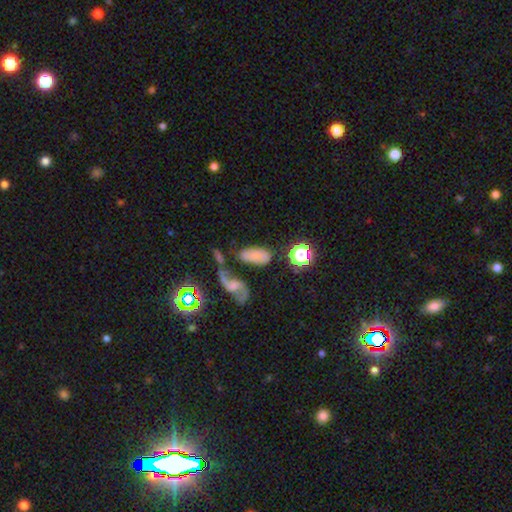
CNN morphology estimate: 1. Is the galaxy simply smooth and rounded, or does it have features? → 62% smooth, 21% featured or disk, 17% star or artifact.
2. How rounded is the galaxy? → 86% in between, 8% round, 6% cigar-shaped.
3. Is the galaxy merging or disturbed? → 53% none, 19% minor disturbance, 18% merger, 11% major disturbance.